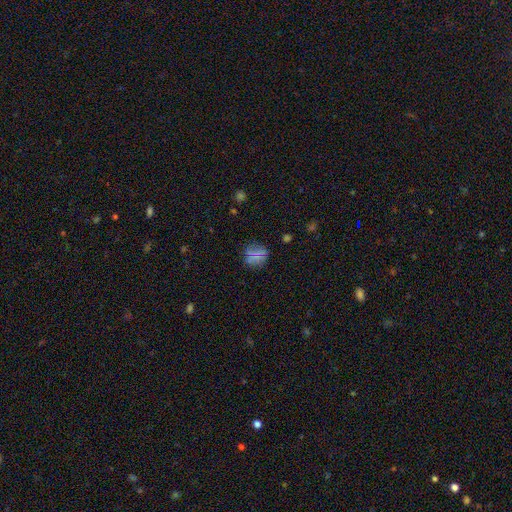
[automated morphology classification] The model was most divided on "smooth or featured": smooth: 63%, star or artifact: 28%, featured or disk: 9%. More confident: how rounded — round (82%); merging — none (81%).